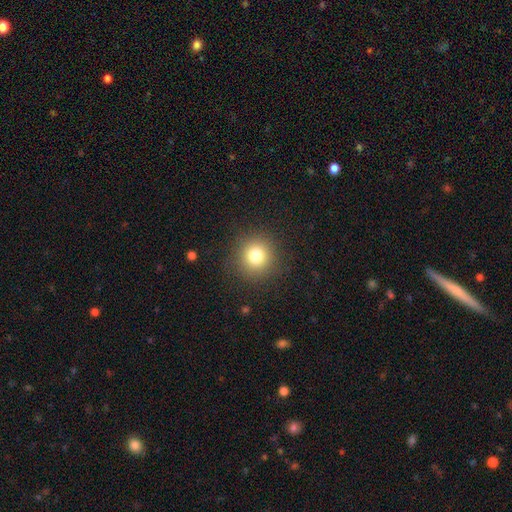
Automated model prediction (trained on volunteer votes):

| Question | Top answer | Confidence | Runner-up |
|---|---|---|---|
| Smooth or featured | smooth | 79% | star or artifact (13%) |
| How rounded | round | 93% | in between (6%) |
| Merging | none | 89% | minor disturbance (7%) |